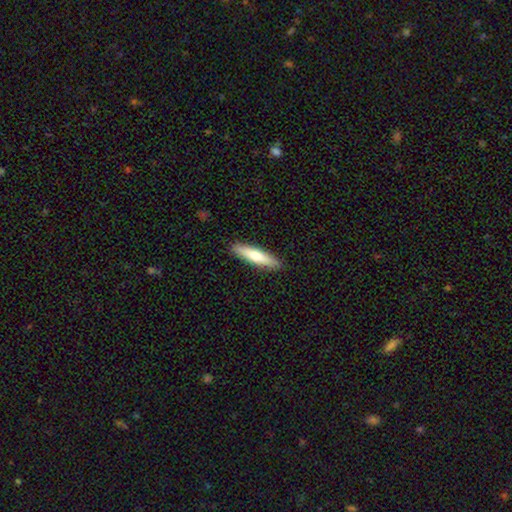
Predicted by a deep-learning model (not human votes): Smooth or featured?
  - smooth: 69% *
  - featured or disk: 26%
  - star or artifact: 5%
How rounded?
  - cigar-shaped: 83% *
  - in between: 16%
  - round: 1%
Merging?
  - none: 90% *
  - minor disturbance: 7%
  - major disturbance: 2%
  - merger: 1%